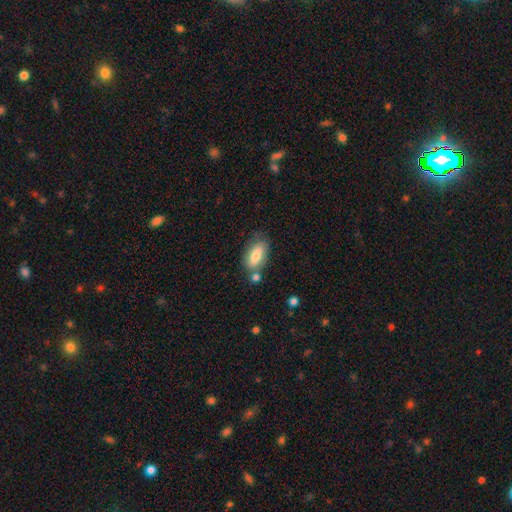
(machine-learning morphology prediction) Smooth or featured? Predicted: smooth (p=0.77). How rounded? Predicted: in between (p=0.82). Merging? Predicted: none (p=0.62).